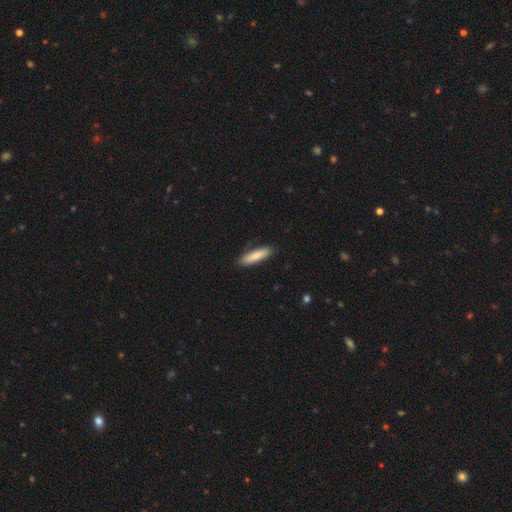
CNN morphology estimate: type=smooth (83%); roundness=cigar-shaped (74%); merging=none (88%).